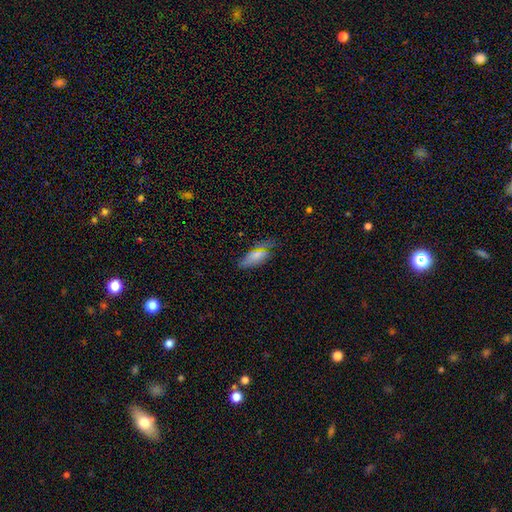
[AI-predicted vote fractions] smooth_or_featured: smooth (p=0.72) [alt: star or artifact p=0.16]
how_rounded: in between (p=0.76) [alt: cigar-shaped p=0.20]
merging: none (p=0.73) [alt: minor disturbance p=0.20]